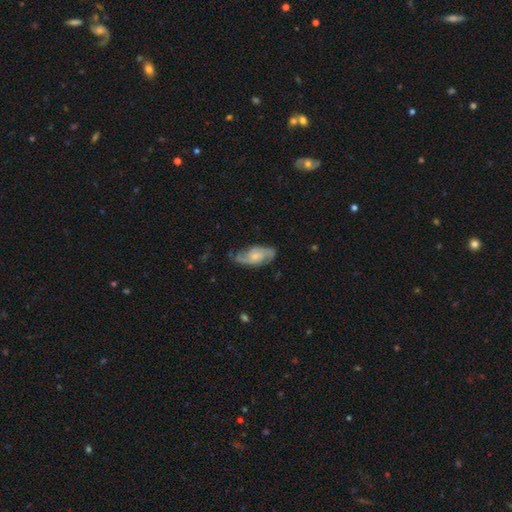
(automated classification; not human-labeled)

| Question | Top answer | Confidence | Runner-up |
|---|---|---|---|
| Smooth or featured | featured or disk | 77% | smooth (17%) |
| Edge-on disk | no | 94% | yes (6%) |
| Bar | no | 61% | weak (33%) |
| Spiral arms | yes | 95% | no (5%) |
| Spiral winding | medium | 48% | tight (33%) |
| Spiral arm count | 2 | 83% | can't tell (8%) |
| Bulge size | small | 54% | moderate (34%) |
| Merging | none | 73% | minor disturbance (19%) |